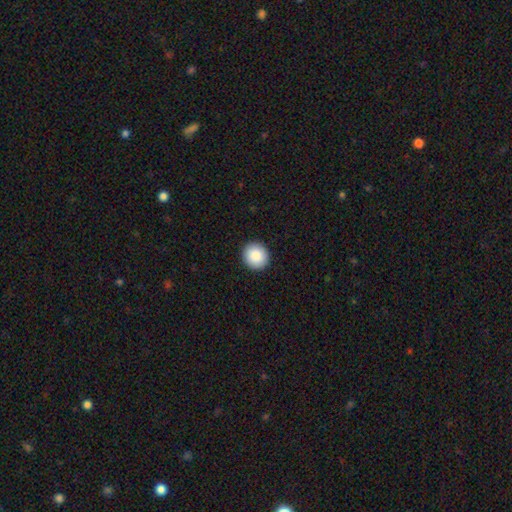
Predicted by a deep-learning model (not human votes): This appears to be a smooth galaxy with no disk features (88%) that is round (92%). Merging: none (93%).